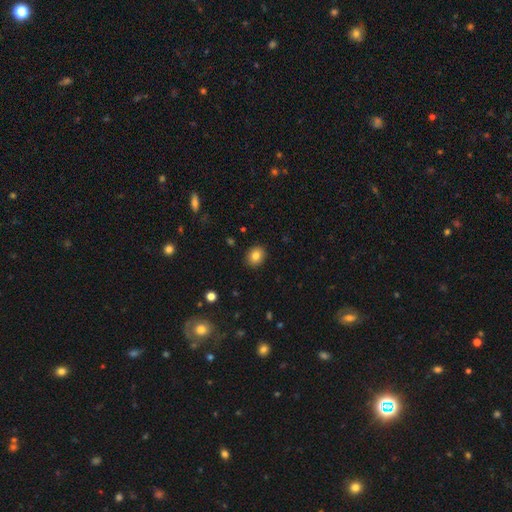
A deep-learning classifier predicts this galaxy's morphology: Smooth or featured? smooth (82%)
How rounded? round (60%)
Merging? none (90%)